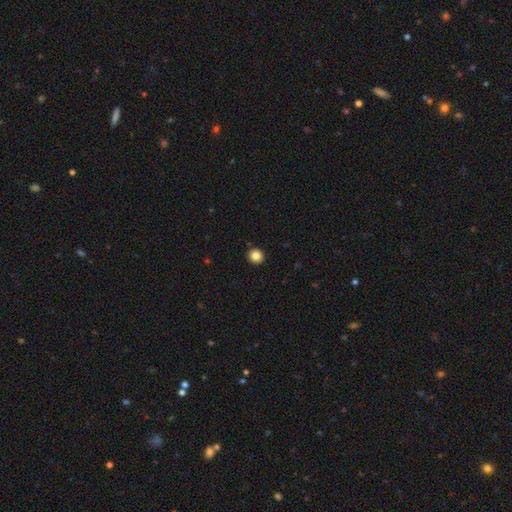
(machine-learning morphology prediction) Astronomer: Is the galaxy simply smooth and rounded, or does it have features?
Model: smooth — 84%.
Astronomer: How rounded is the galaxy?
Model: round — 94%.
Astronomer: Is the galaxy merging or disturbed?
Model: none — 93%.